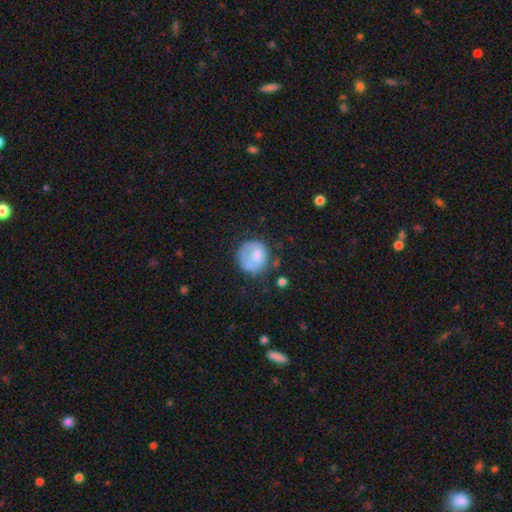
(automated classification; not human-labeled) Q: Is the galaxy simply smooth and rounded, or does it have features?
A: smooth — 70%.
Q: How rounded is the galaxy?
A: round — 87%.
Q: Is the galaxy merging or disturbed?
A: none — 59%.